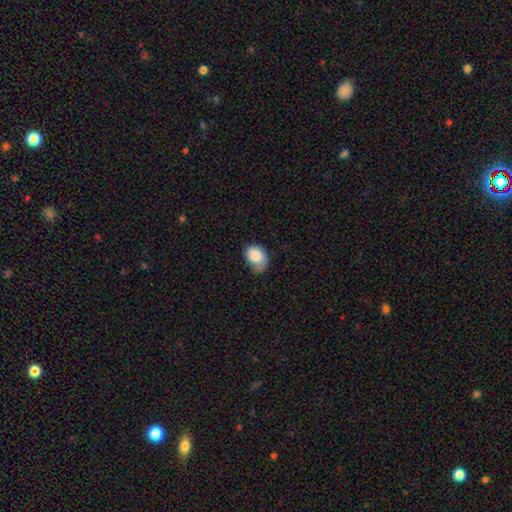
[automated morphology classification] Smooth or featured? smooth (86%)
How rounded? in between (72%)
Merging? none (48%)